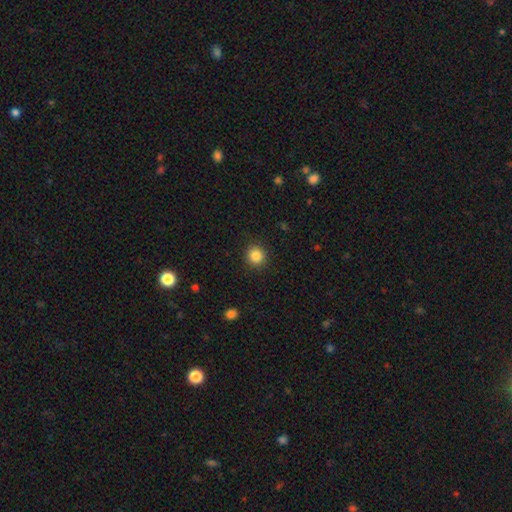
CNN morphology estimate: Smooth or featured? Predicted: smooth (p=0.85). How rounded? Predicted: round (p=0.92). Merging? Predicted: none (p=0.91).